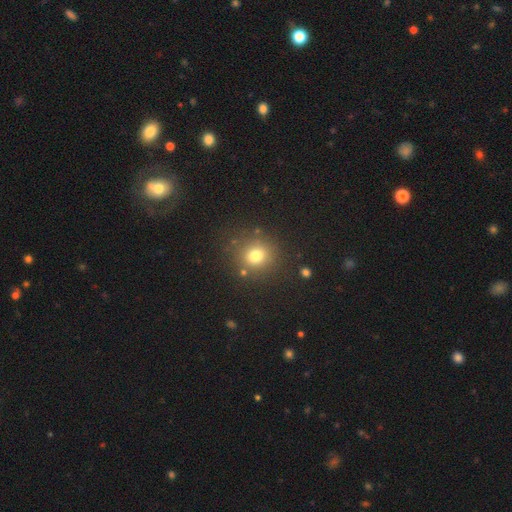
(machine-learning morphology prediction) This appears to be a smooth galaxy with no disk features (75%) that is round (87%). Merging: none (83%).